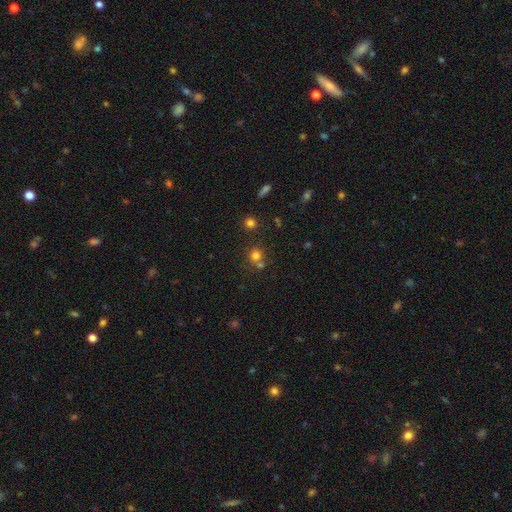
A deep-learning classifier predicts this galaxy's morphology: smooth 74%, star or artifact 18%, featured or disk 9%. Down the decision tree: how rounded — round (86%); merging — none (59%).